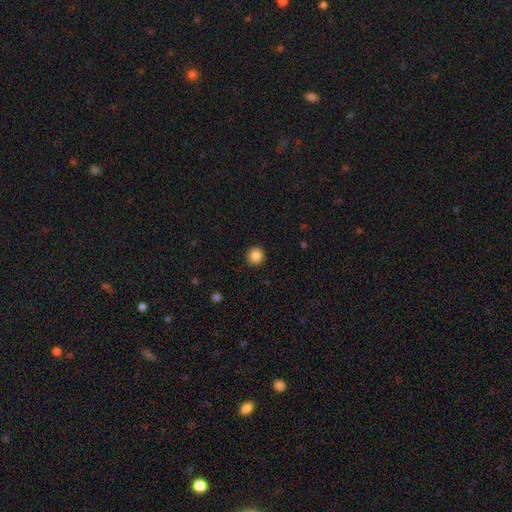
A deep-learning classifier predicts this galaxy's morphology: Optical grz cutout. It shows a smooth galaxy with no disk features (85%) that is round (94%). Merging: none (92%).